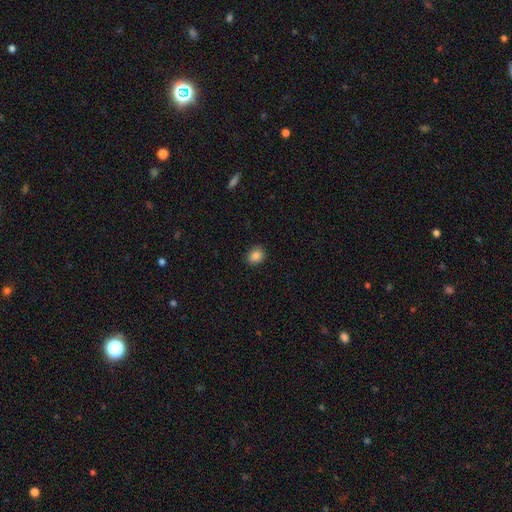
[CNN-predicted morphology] A smooth galaxy with no disk features (86%) that is round (60%). Merging: none (90%).